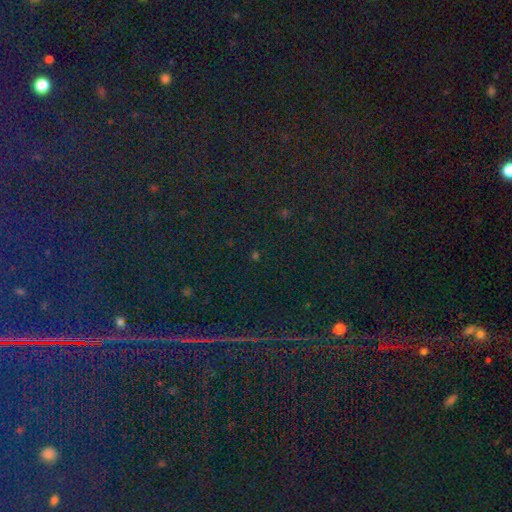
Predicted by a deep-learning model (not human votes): Q: Smooth or featured?
A: star or artifact (80%); runner-up: smooth (13%)